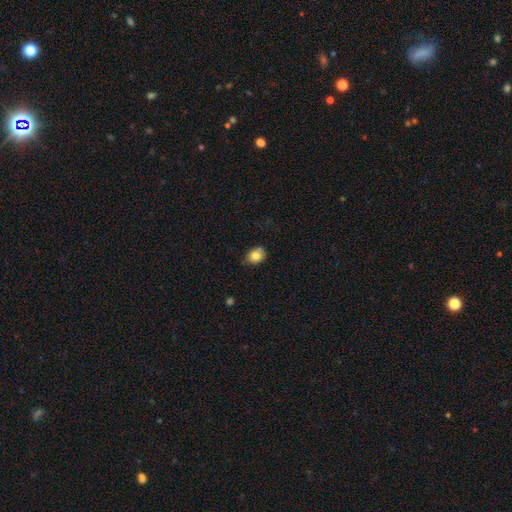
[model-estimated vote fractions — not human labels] Q: Smooth or featured?
A: smooth (80%); runner-up: featured or disk (10%)
Q: How rounded?
A: in between (55%); runner-up: round (44%)
Q: Merging?
A: none (75%); runner-up: minor disturbance (20%)